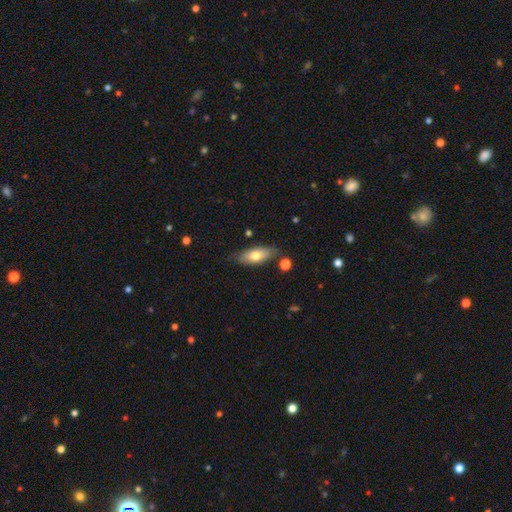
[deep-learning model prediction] This appears to be a smooth galaxy with no disk features (68%) that is in between round and cigar-shaped (78%). Merging: none (75%).